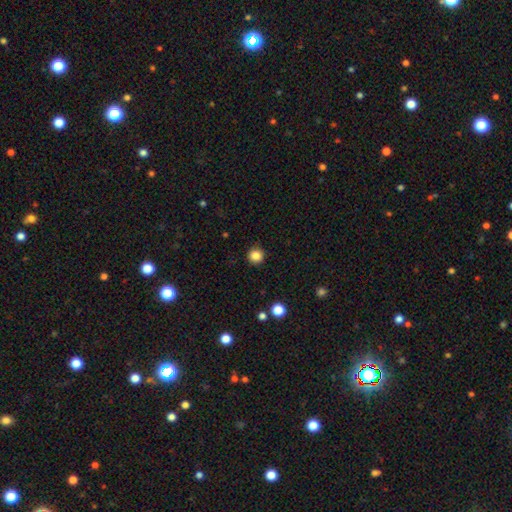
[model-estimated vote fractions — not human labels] Smooth or featured? Predicted: smooth (p=0.84). How rounded? Predicted: round (p=0.94). Merging? Predicted: none (p=0.92).